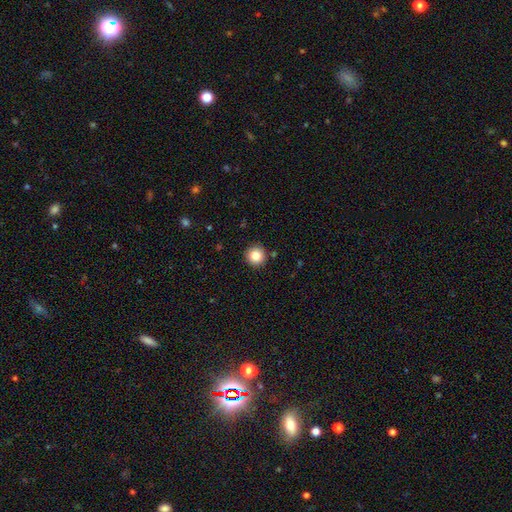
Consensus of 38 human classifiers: Smooth or featured? smooth (84%)
How rounded? round (88%)
Merging? none (94%)